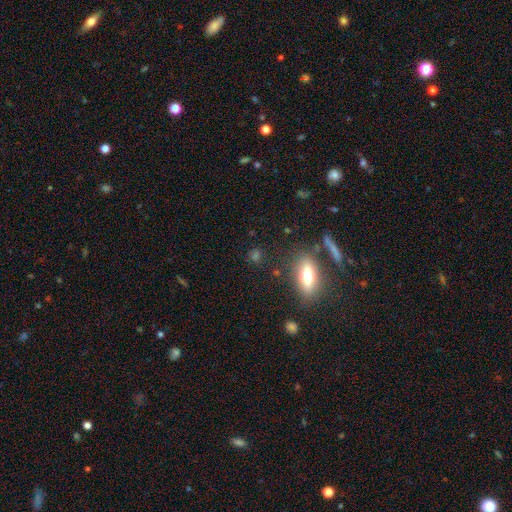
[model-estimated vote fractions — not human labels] smooth 59%, star or artifact 22%, featured or disk 19%. Down the decision tree: how rounded — in between (40%); merging — none (76%).